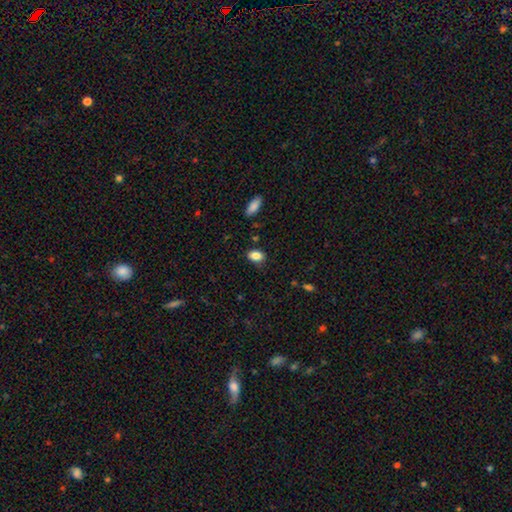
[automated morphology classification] smooth-or-featured: smooth: 86% | star or artifact: 9% | featured or disk: 6%
  how-rounded: in between: 82% | round: 16% | cigar-shaped: 2%
  merging: none: 82% | minor disturbance: 13% | major disturbance: 3% | merger: 2%